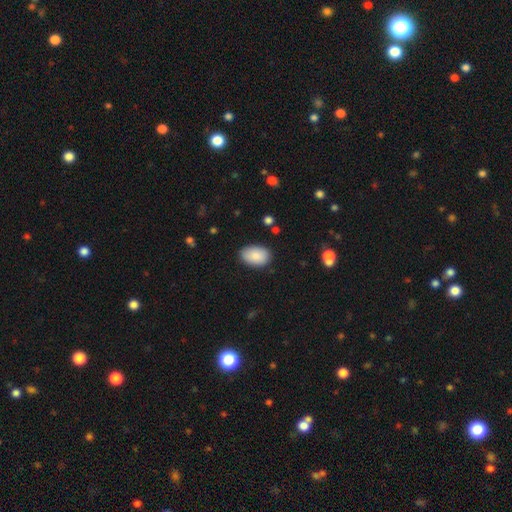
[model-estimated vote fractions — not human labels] smooth 88%, star or artifact 6%, featured or disk 6%. Down the decision tree: how rounded — in between (91%); merging — none (85%).